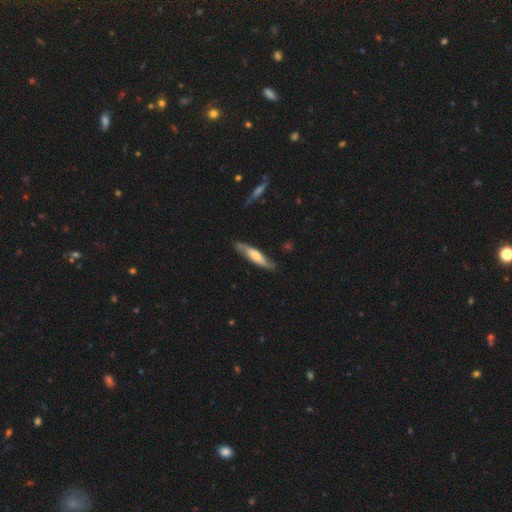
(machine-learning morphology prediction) A featured or disk galaxy (51%) viewed edge-on (61%).

Vote fractions:
- Smooth or featured? featured or disk: 51% / smooth: 44% / star or artifact: 5%
- Edge-on disk? yes: 61% / no: 39%
- Merging? none: 76% / minor disturbance: 18% / major disturbance: 4% / merger: 2%